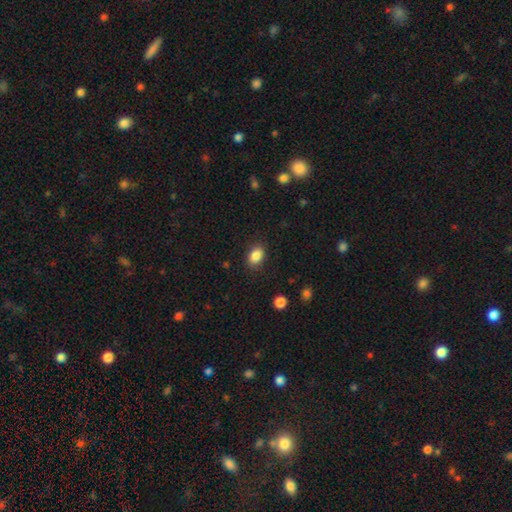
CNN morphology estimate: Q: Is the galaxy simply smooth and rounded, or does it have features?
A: smooth — 87%.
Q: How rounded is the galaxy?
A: in between — 78%.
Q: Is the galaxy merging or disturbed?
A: none — 87%.